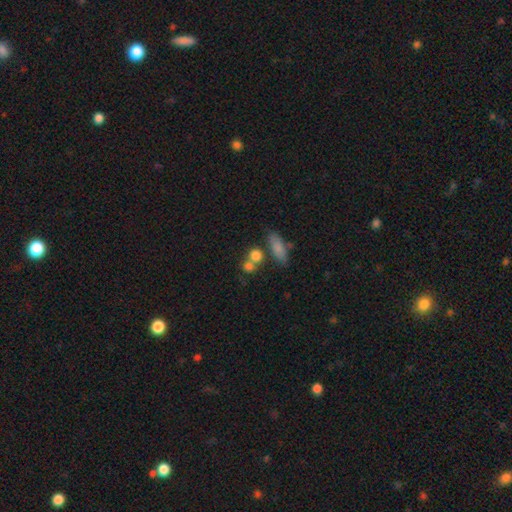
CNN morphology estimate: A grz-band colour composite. It shows a smooth galaxy with no disk features (78%) that is round (69%). Merging: none (53%).